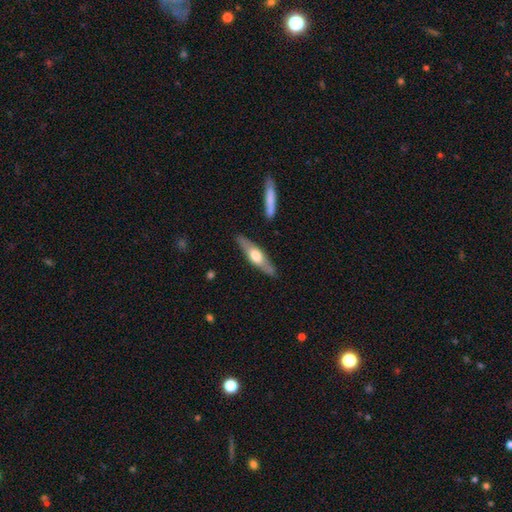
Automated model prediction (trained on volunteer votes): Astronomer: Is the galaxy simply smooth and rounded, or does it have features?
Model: featured or disk — 54% (runner-up: smooth, 41%).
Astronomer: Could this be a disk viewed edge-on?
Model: yes — 85%.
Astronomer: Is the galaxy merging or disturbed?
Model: none — 84%.